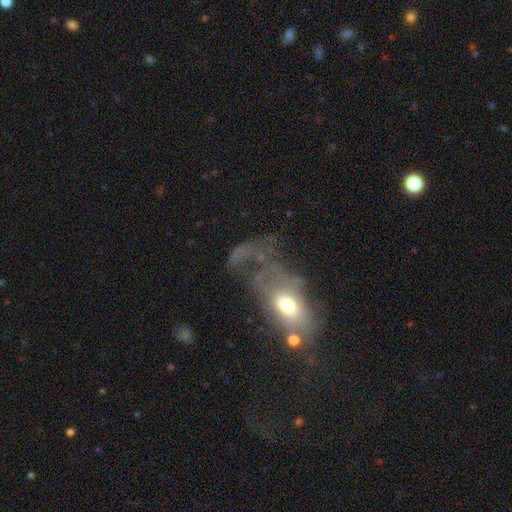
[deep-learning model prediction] The model was most divided on "smooth or featured": featured or disk: 45%, smooth: 39%, star or artifact: 16%. More confident: merging — major disturbance (56%).